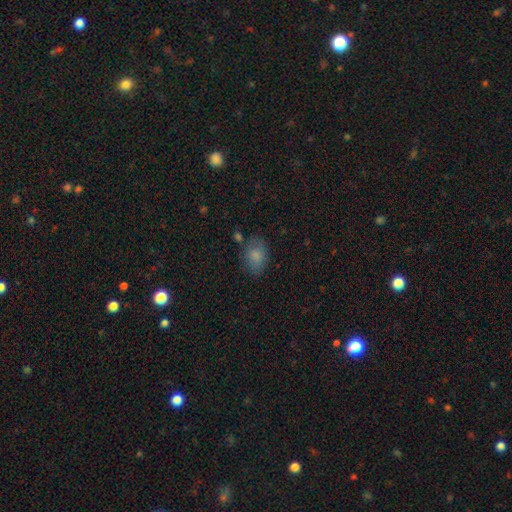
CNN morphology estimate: A smooth galaxy with no disk features (82%) that is in between round and cigar-shaped (78%).

Vote fractions:
- Smooth or featured? smooth: 82% / star or artifact: 9% / featured or disk: 8%
- How rounded? in between: 78% / round: 21% / cigar-shaped: 1%
- Merging? none: 69% / minor disturbance: 19% / major disturbance: 6% / merger: 6%